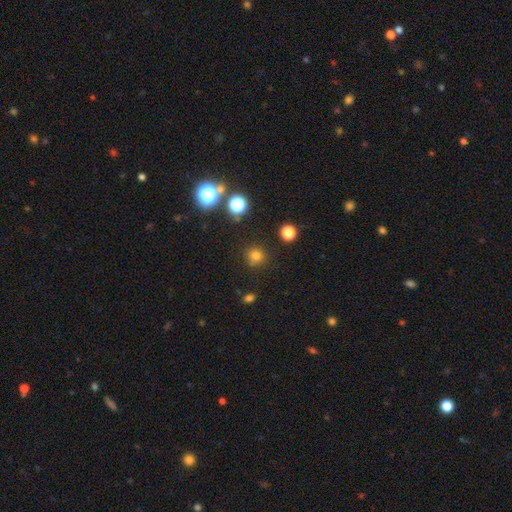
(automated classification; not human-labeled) smooth 75%, star or artifact 20%, featured or disk 5%. Down the decision tree: how rounded — round (93%); merging — none (85%).